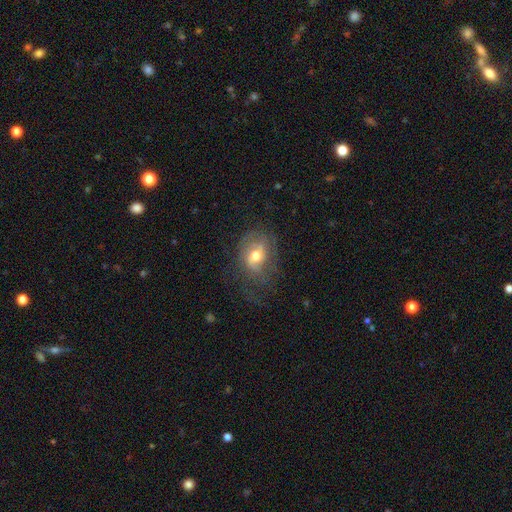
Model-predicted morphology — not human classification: type=featured or disk (51%); edge-on=no (95%); merging=none (50%).